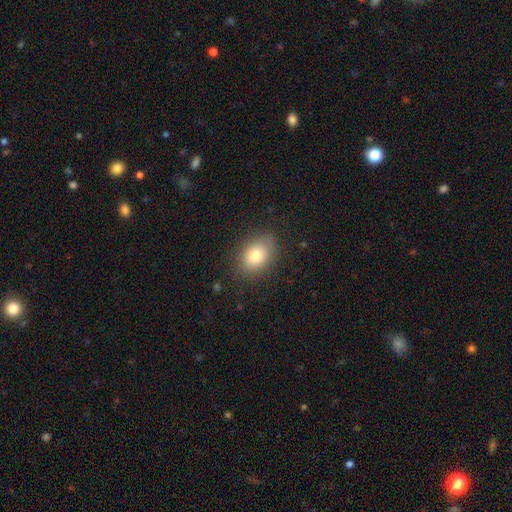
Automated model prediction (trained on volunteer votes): smooth 78%, featured or disk 12%, star or artifact 10%. Down the decision tree: how rounded — in between (67%); merging — none (82%).